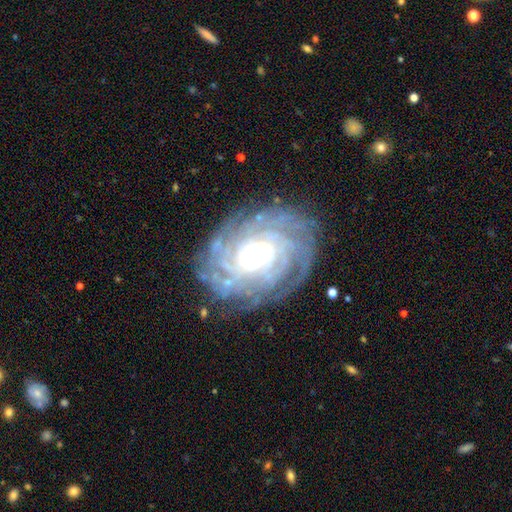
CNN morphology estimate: Overall: featured or disk (88%). Edge-on disk: no (97%). Bar: no (70%). Spiral arms: yes (97%). Spiral arm count: more than 4 (34%; can't tell 24%). Spiral winding: tight (82%). Bulge size: moderate (51%; small 33%). Merging: none (81%).